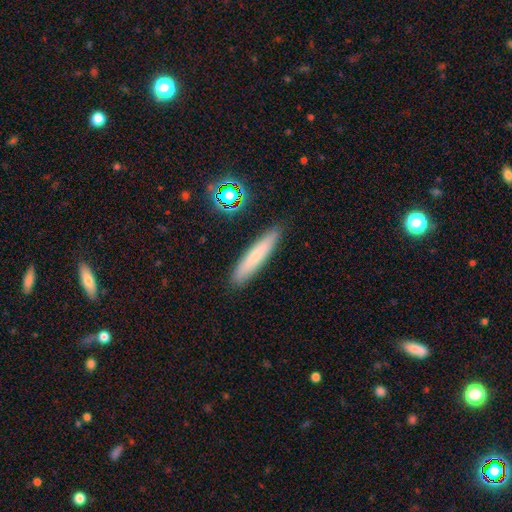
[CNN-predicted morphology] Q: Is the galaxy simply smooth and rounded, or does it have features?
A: smooth — 70%.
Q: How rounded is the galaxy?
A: cigar-shaped — 89%.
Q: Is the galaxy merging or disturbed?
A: none — 89%.